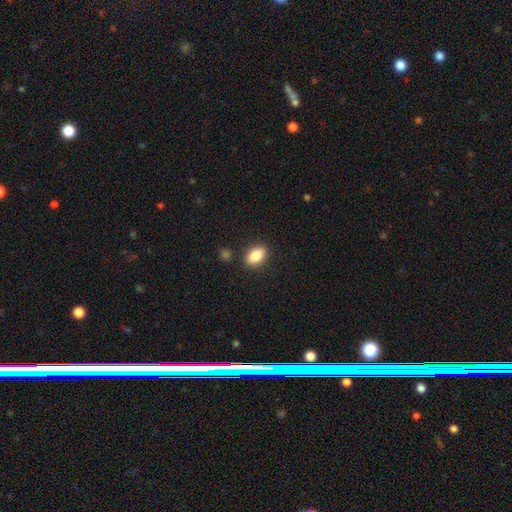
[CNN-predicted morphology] smooth-or-featured: smooth: 84% | featured or disk: 8% | star or artifact: 8%
  how-rounded: in between: 85% | round: 12% | cigar-shaped: 3%
  merging: none: 85% | minor disturbance: 9% | merger: 3% | major disturbance: 2%